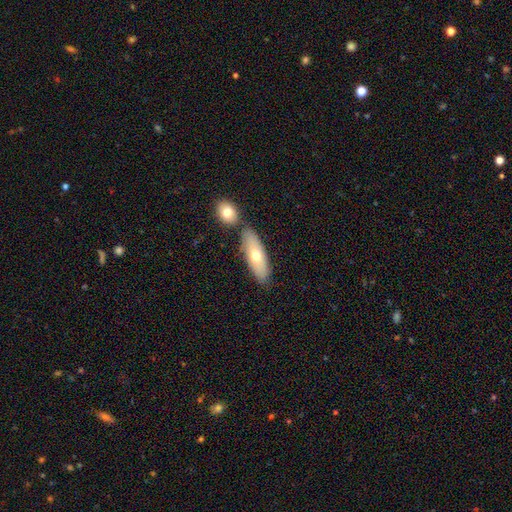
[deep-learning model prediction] A smooth galaxy with no disk features (65%) that is in between round and cigar-shaped (63%).

Vote fractions:
- Smooth or featured? smooth: 65% / featured or disk: 29% / star or artifact: 6%
- How rounded? in between: 63% / cigar-shaped: 34% / round: 3%
- Merging? none: 72% / merger: 14% / minor disturbance: 12% / major disturbance: 3%